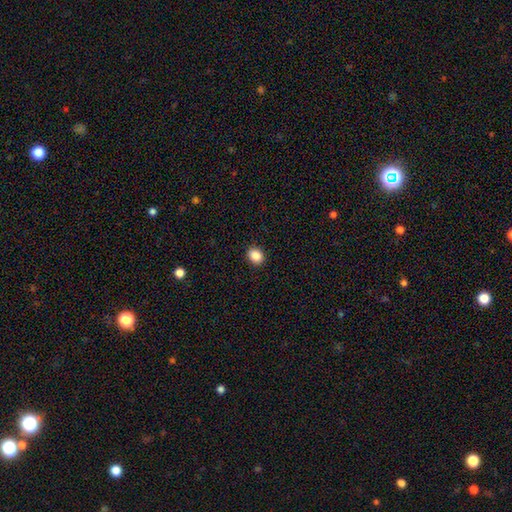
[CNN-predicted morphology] This is clearly a smooth galaxy (88%). How rounded: possibly in between (50%). Merging: clearly none (90%).